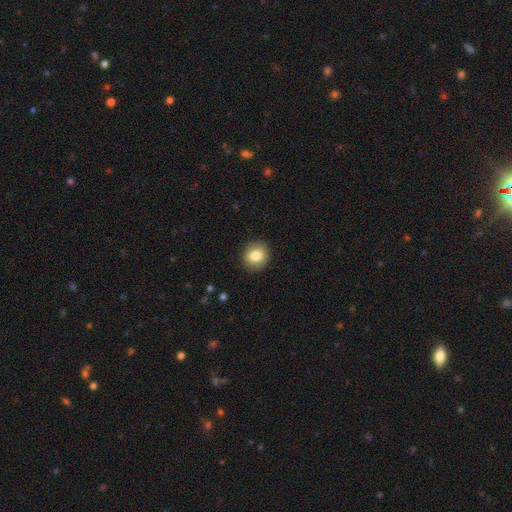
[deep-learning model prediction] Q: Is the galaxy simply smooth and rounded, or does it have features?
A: smooth — 83%.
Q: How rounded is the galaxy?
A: round — 76%.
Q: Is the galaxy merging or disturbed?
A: none — 90%.